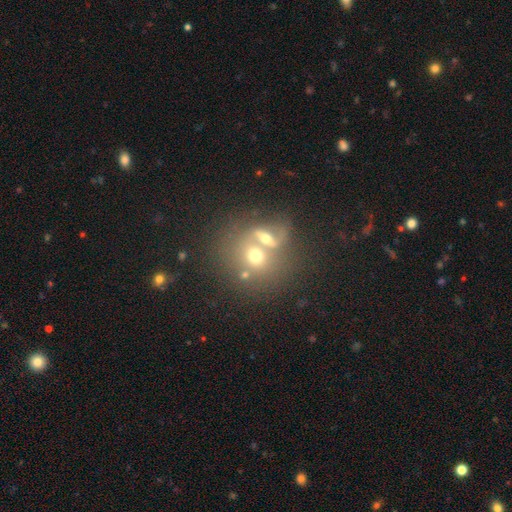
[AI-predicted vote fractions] This appears to be a smooth galaxy with no disk features (53%) that is round (70%). Merging: merger (57%).